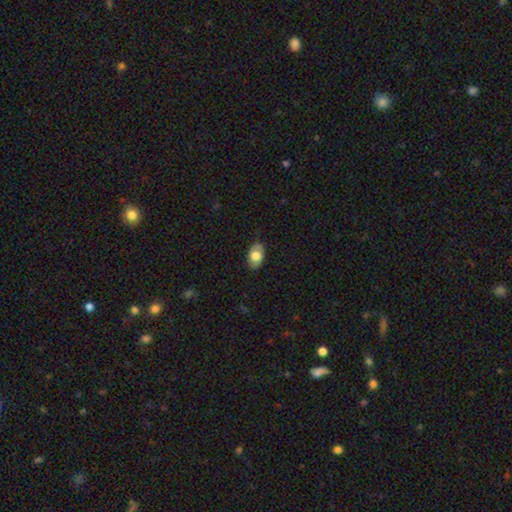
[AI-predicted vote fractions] Morphology: type=smooth (71%); roundness=in between (87%); merging=none (82%).